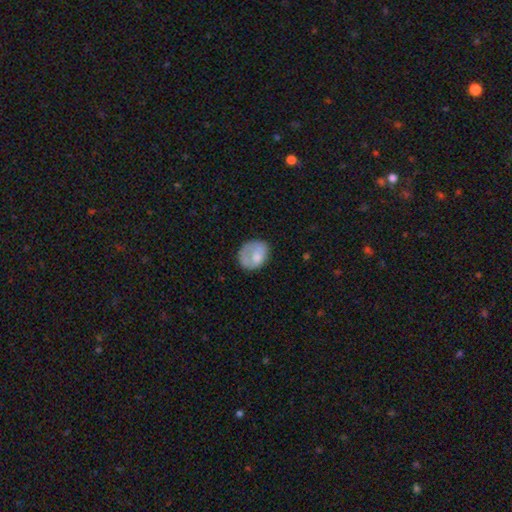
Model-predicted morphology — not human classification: The model was most divided on "how rounded": round: 58%, in between: 41%, cigar-shaped: 1%. More confident: smooth or featured — smooth (65%); merging — none (52%).